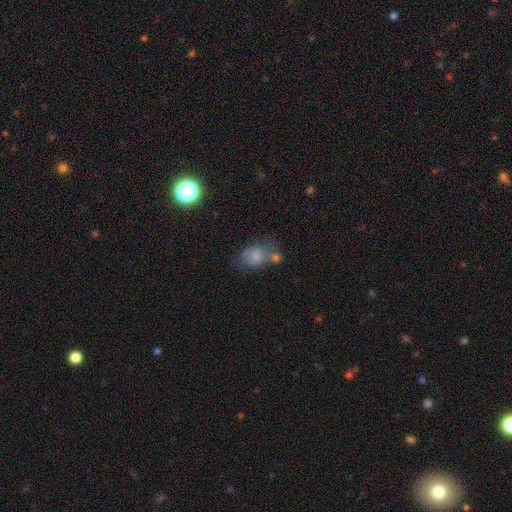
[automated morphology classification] smooth_or_featured: smooth (p=0.69) [alt: featured or disk p=0.19]
how_rounded: in between (p=0.71) [alt: round p=0.28]
merging: none (p=0.33) [alt: merger p=0.32]